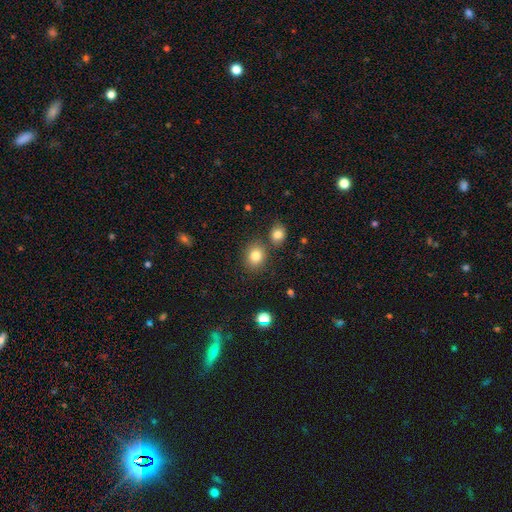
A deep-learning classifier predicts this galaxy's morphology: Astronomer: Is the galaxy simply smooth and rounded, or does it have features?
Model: smooth — 82%.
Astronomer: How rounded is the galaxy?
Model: round — 64%.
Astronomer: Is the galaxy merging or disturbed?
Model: none — 76%.